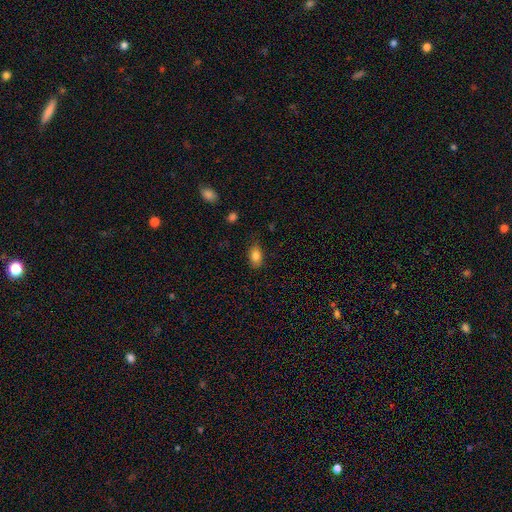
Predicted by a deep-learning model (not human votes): Smooth or featured? Predicted: smooth (p=0.85). How rounded? Predicted: in between (p=0.88). Merging? Predicted: none (p=0.82).